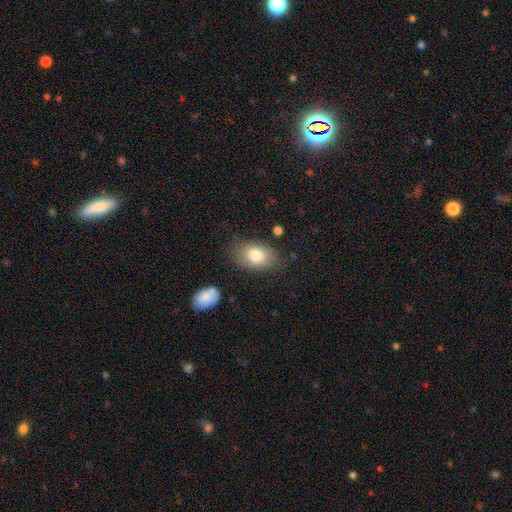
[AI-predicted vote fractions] Smooth or featured: smooth — 80% (featured or disk — 12%)
How rounded: in between — 82% (round — 17%)
Merging: none — 76% (minor disturbance — 16%)